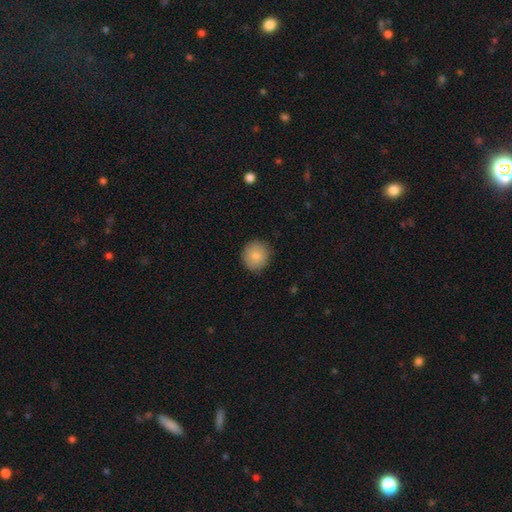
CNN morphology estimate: This appears to be a smooth galaxy with no disk features (84%) that is round (87%). Merging: none (88%).